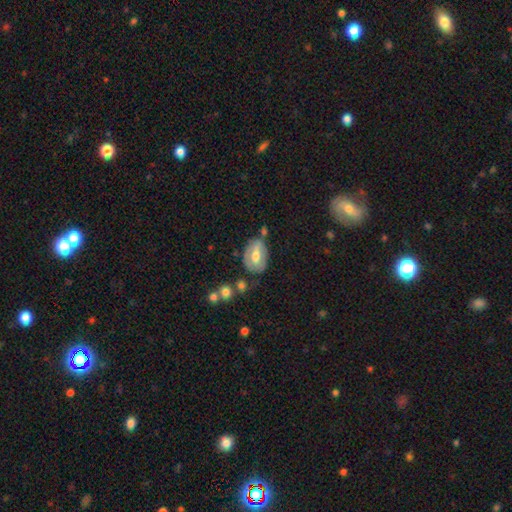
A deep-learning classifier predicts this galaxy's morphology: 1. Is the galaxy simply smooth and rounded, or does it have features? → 50% featured or disk, 44% smooth, 7% star or artifact.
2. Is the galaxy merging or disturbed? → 54% none, 27% minor disturbance, 9% major disturbance, 9% merger.